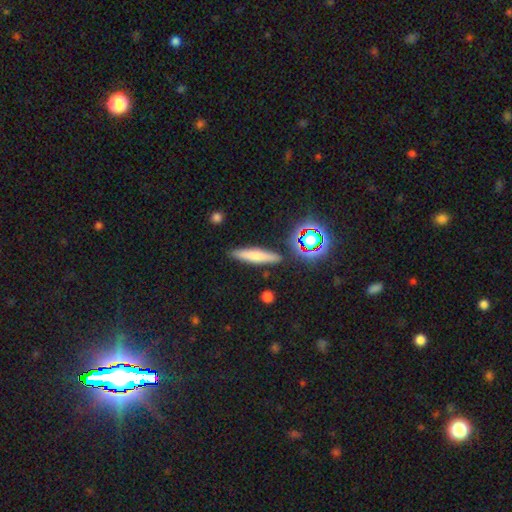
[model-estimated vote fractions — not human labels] Smooth or featured? Predicted: smooth (p=0.66). How rounded? Predicted: cigar-shaped (p=0.83). Merging? Predicted: none (p=0.86).